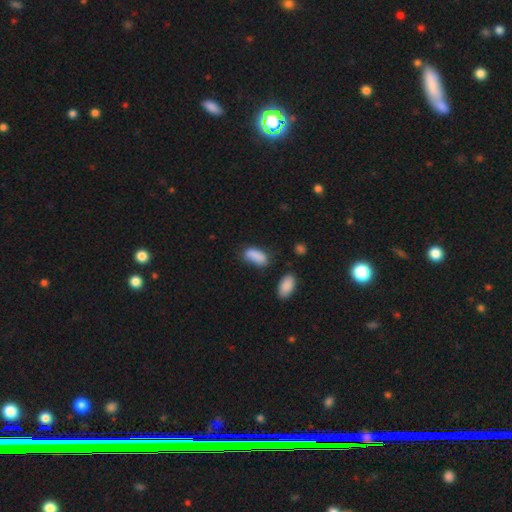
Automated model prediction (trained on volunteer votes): This is clearly a smooth galaxy (86%). How rounded: clearly in between (83%). Merging: likely none (60%).